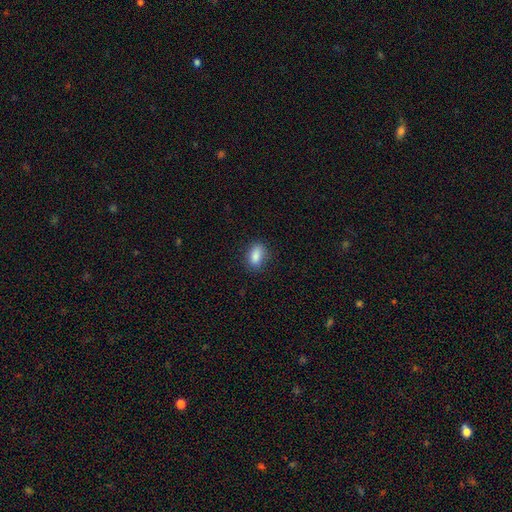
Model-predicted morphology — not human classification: The model was most divided on "merging": none: 82%, minor disturbance: 14%, major disturbance: 3%, merger: 1%. More confident: smooth or featured — smooth (87%); how rounded — in between (85%).